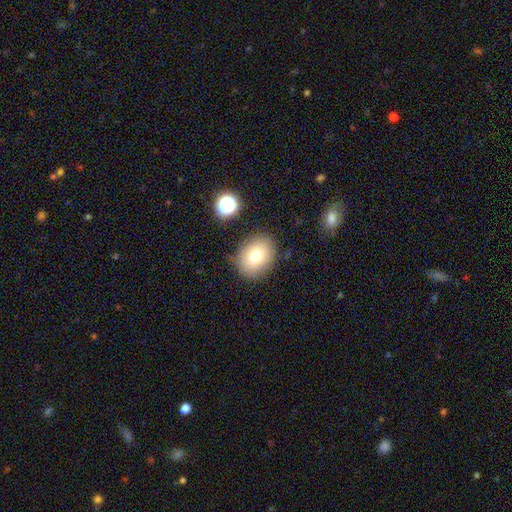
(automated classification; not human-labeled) This is likely a smooth galaxy (76%). How rounded: possibly in between (50%). Merging: clearly none (82%).